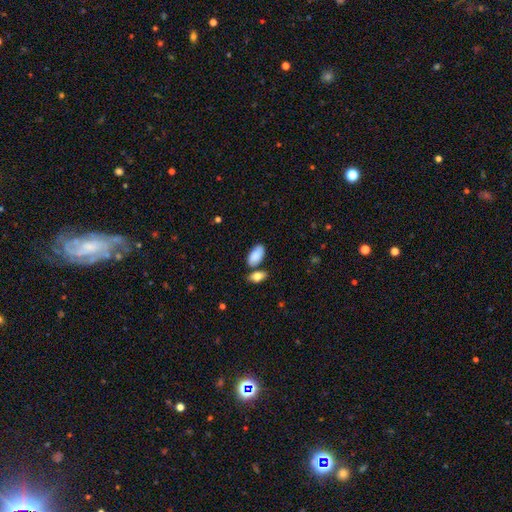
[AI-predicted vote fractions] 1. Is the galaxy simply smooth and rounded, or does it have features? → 87% smooth, 7% featured or disk, 6% star or artifact.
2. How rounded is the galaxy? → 94% in between, 3% cigar-shaped, 3% round.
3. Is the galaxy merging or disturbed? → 65% none, 16% merger, 15% minor disturbance, 4% major disturbance.